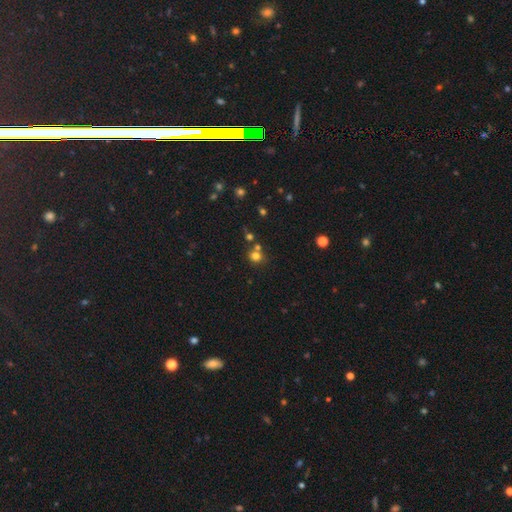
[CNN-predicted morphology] Smooth or featured? smooth (74%)
How rounded? round (83%)
Merging? none (61%)